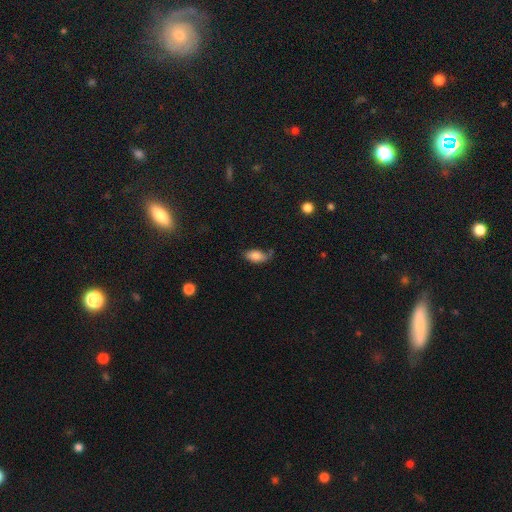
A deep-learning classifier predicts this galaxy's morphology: A smooth galaxy with no disk features (81%) that is in between round and cigar-shaped (91%). Merging: none (55%).